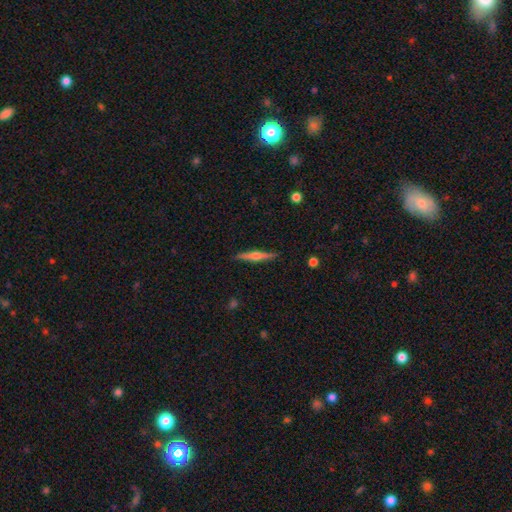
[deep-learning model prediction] This appears to be a featured or disk galaxy (68%) viewed edge-on (98%) with a rounded central bulge (88%). Merging: none (89%).